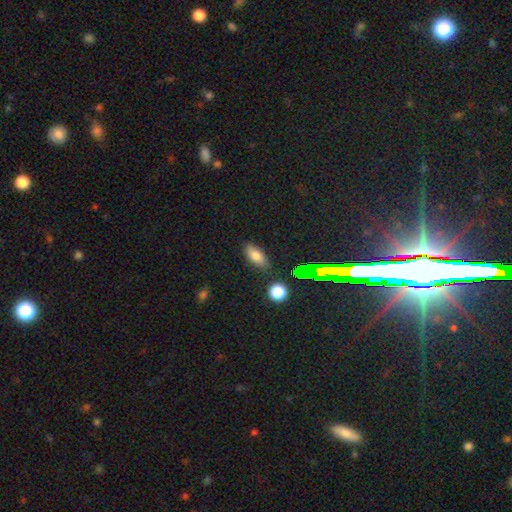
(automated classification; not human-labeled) This appears to be a smooth galaxy with no disk features (74%) that is in between round and cigar-shaped (82%). Merging: none (81%).